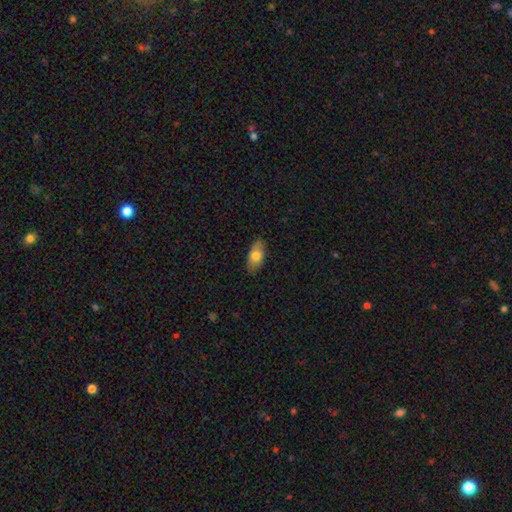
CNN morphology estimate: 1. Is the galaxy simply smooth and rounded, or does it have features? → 75% smooth, 18% featured or disk, 7% star or artifact.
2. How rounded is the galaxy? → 90% in between, 7% cigar-shaped, 4% round.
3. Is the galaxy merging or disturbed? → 85% none, 12% minor disturbance, 2% major disturbance, 1% merger.